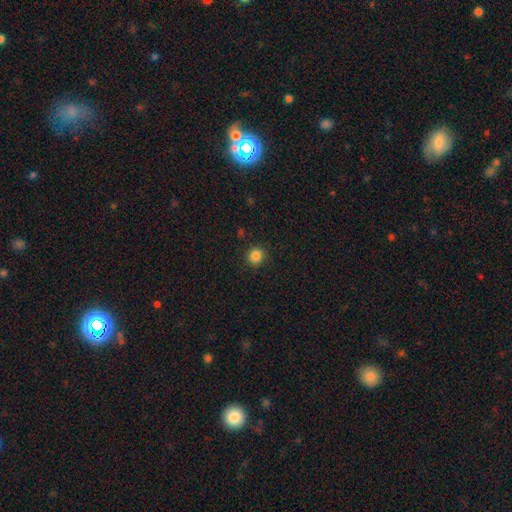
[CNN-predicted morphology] A smooth galaxy with no disk features (85%) that is round (91%). Merging: none (91%).